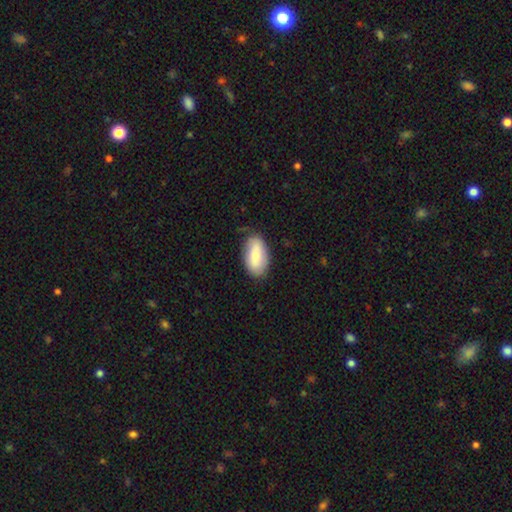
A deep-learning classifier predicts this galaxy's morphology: Smooth or featured?
  - smooth: 71% *
  - featured or disk: 23%
  - star or artifact: 6%
How rounded?
  - in between: 94% *
  - round: 4%
  - cigar-shaped: 3%
Merging?
  - none: 75% *
  - minor disturbance: 19%
  - major disturbance: 4%
  - merger: 1%